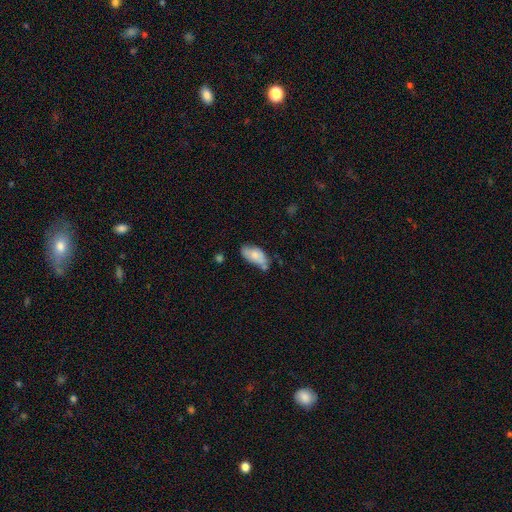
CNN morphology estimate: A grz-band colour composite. It shows a smooth galaxy with no disk features (71%) that is in between round and cigar-shaped (92%). Merging: none (46%).